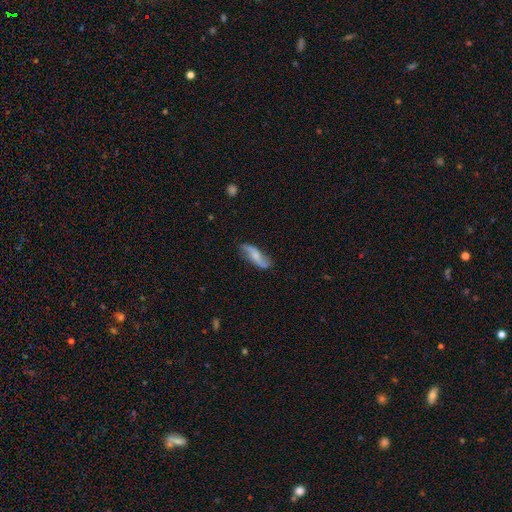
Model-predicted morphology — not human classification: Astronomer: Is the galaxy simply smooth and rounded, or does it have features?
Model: featured or disk — 63%.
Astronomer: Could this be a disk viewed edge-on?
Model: no — 86%.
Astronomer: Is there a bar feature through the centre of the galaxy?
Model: no — 54% (runner-up: weak, 34%).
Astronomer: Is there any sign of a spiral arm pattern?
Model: yes — 92%.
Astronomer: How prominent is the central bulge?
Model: small — 43% (runner-up: moderate, 32%).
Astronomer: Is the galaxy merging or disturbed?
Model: none — 74%.